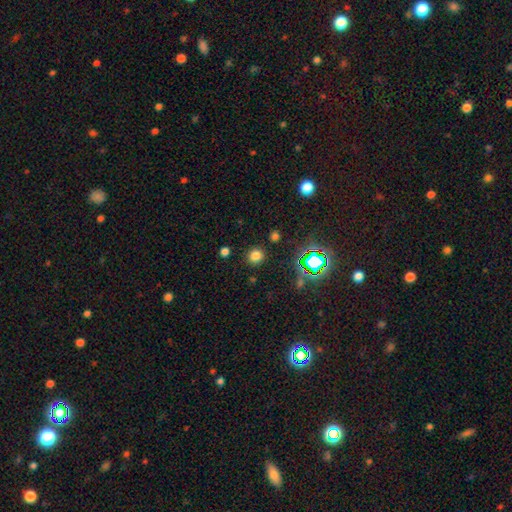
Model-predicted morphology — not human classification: This appears to be a smooth galaxy with no disk features (74%) that is round (86%). Merging: none (88%).